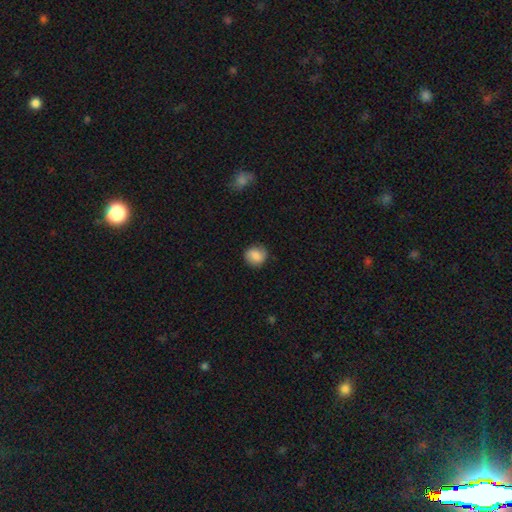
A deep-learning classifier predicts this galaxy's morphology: A smooth galaxy with no disk features (78%) that is round (82%).

Vote fractions:
- Smooth or featured? smooth: 78% / featured or disk: 14% / star or artifact: 8%
- How rounded? round: 82% / in between: 17% / cigar-shaped: 1%
- Merging? none: 82% / minor disturbance: 14% / major disturbance: 4% / merger: 1%